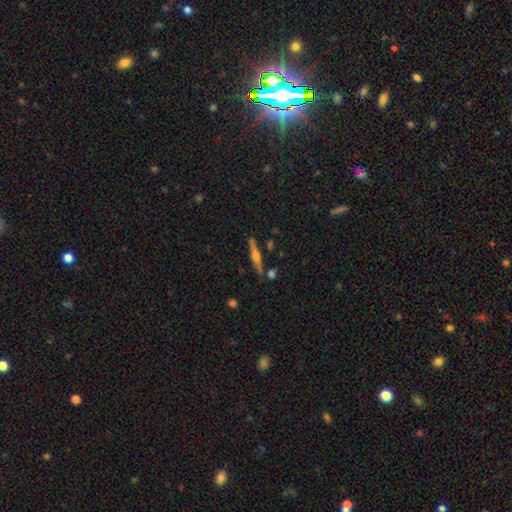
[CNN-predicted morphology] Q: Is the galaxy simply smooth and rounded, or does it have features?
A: featured or disk — 66%.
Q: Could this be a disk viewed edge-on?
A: yes — 97%.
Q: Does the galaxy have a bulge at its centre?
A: rounded — 82%.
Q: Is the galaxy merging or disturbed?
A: none — 83%.